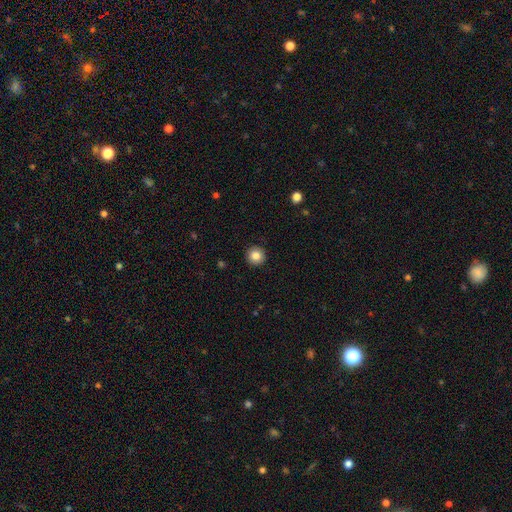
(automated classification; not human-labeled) A smooth galaxy with no disk features (84%) that is round (96%). Merging: none (93%).